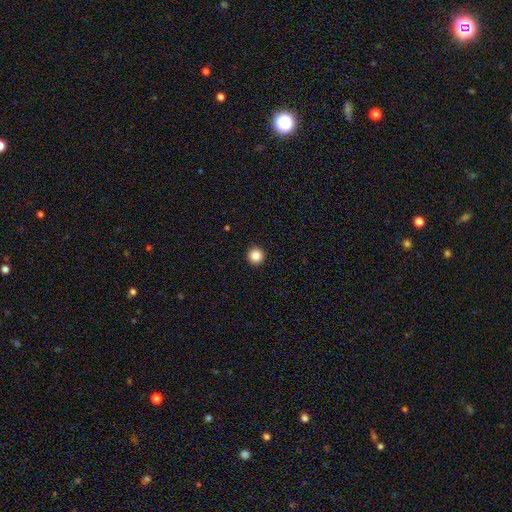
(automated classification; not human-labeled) Morphology: type=smooth (86%); roundness=round (96%); merging=none (94%).